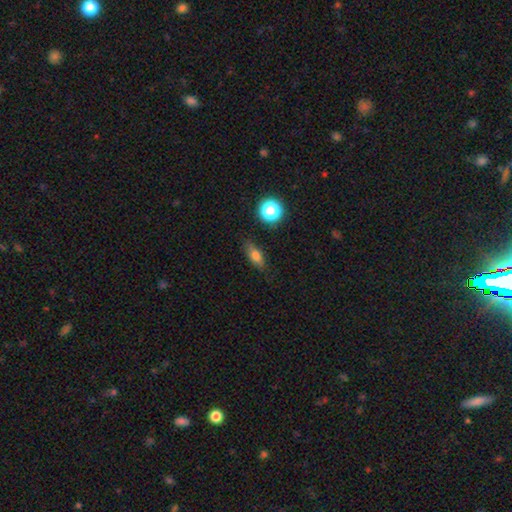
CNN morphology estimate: Smooth or featured?
  - smooth: 74% *
  - featured or disk: 13%
  - star or artifact: 13%
How rounded?
  - in between: 70% *
  - cigar-shaped: 20%
  - round: 10%
Merging?
  - none: 80% *
  - minor disturbance: 15%
  - major disturbance: 4%
  - merger: 2%